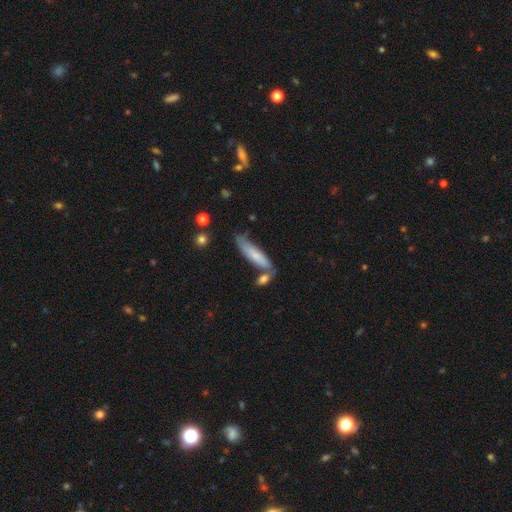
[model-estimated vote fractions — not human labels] The model was most divided on "merging": none: 58%, minor disturbance: 21%, merger: 16%, major disturbance: 5%. More confident: how rounded — cigar-shaped (74%); smooth or featured — smooth (68%).